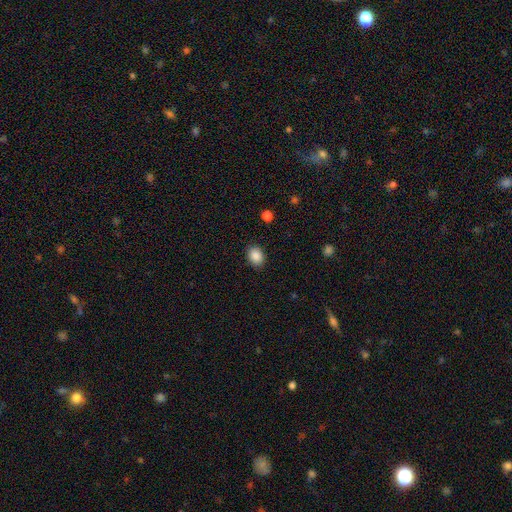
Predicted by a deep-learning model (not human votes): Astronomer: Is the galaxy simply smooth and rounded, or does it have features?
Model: smooth — 88%.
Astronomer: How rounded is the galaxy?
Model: in between — 64%.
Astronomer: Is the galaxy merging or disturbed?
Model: none — 87%.